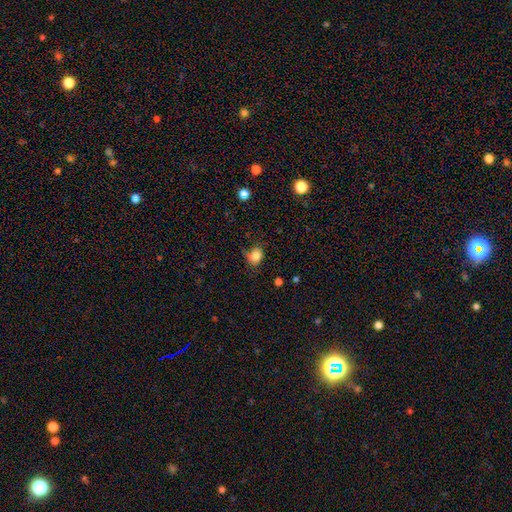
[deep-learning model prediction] Morphology: type=smooth (81%); roundness=round (55%); merging=none (57%).